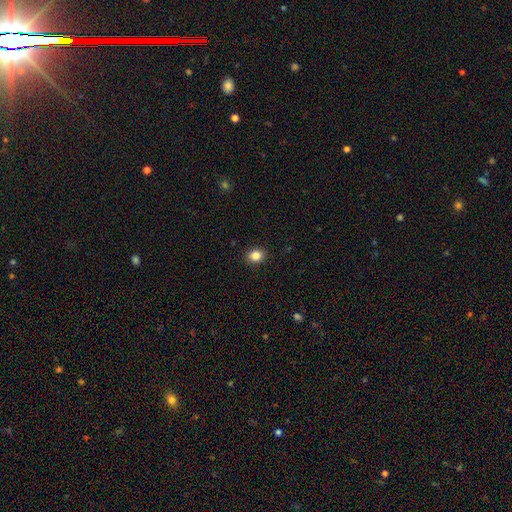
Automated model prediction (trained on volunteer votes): Smooth or featured? Predicted: smooth (p=0.85). How rounded? Predicted: round (p=0.58). Merging? Predicted: none (p=0.91).